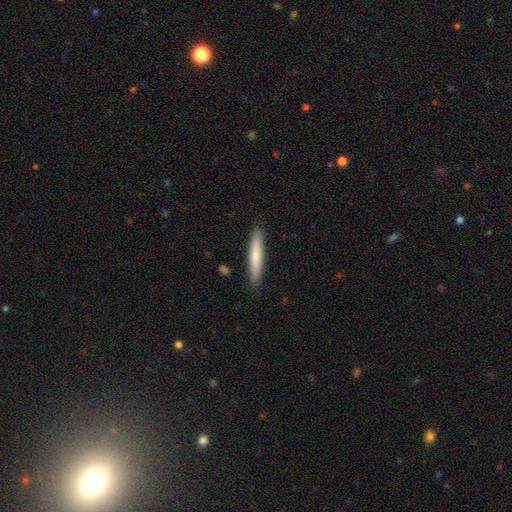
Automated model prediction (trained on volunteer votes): Overall: smooth (75%). How rounded: cigar-shaped (93%). Merging: none (90%).